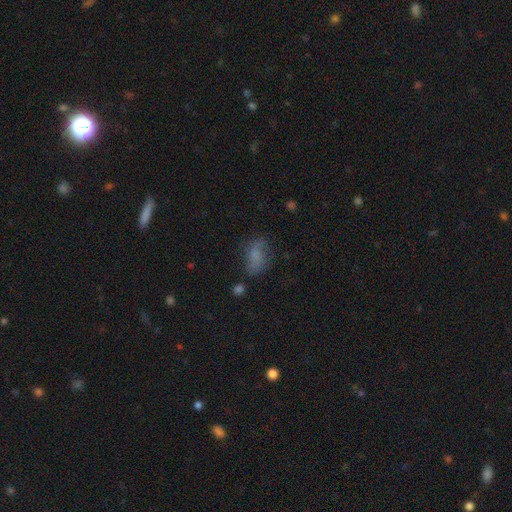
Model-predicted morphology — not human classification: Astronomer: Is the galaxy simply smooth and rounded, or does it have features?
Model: smooth — 67%.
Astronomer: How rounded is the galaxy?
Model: in between — 85%.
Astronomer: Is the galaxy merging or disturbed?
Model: none — 50% (runner-up: minor disturbance, 28%).